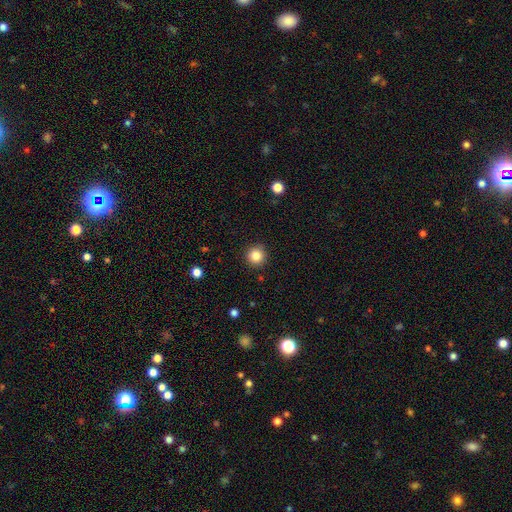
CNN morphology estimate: Smooth or featured? Predicted: smooth (p=0.84). How rounded? Predicted: round (p=0.95). Merging? Predicted: none (p=0.91).